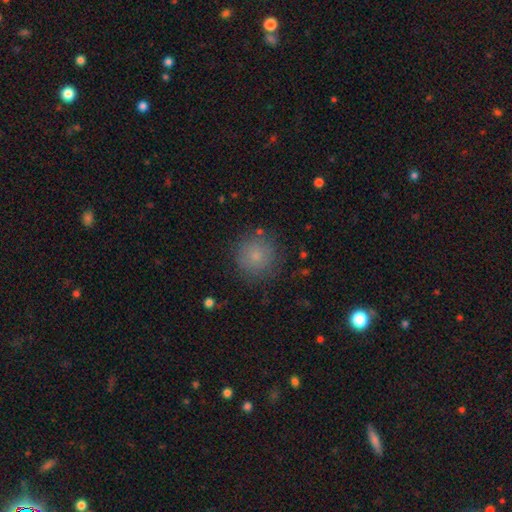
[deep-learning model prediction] A smooth galaxy with no disk features (79%) that is round (95%).

Vote fractions:
- Smooth or featured? smooth: 79% / star or artifact: 12% / featured or disk: 9%
- How rounded? round: 95% / in between: 4% / cigar-shaped: 1%
- Merging? none: 84% / minor disturbance: 10% / major disturbance: 4% / merger: 2%